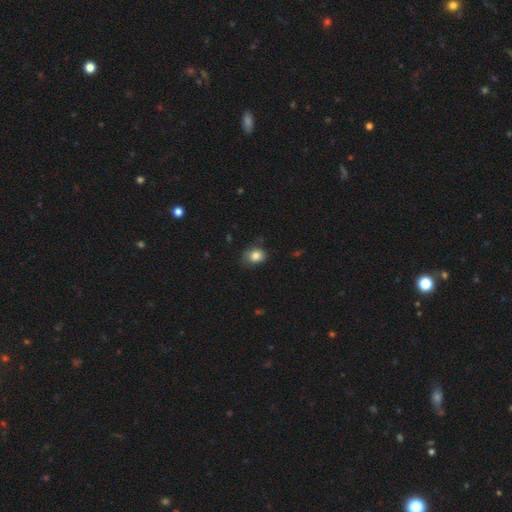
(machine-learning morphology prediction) smooth 83%, star or artifact 9%, featured or disk 8%. Down the decision tree: how rounded — in between (51%); merging — none (63%).